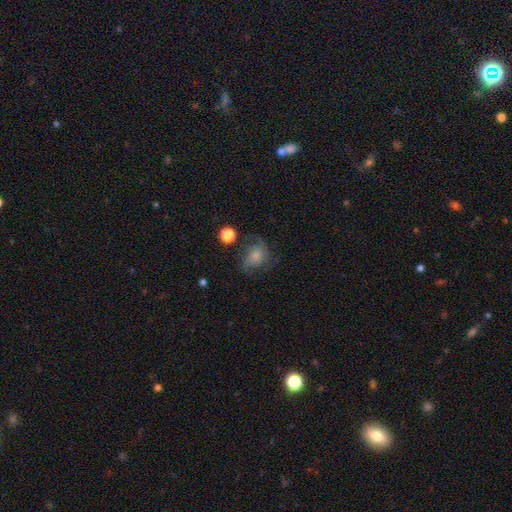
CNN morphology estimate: smooth-or-featured: smooth: 45% | featured or disk: 44% | star or artifact: 11%
  merging: none: 47% | minor disturbance: 25% | major disturbance: 25% | merger: 3%